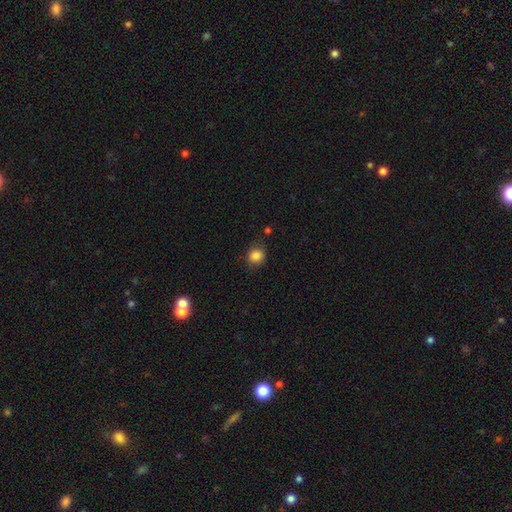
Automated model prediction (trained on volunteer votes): A smooth galaxy with no disk features (86%) that is round (79%). Merging: none (78%).